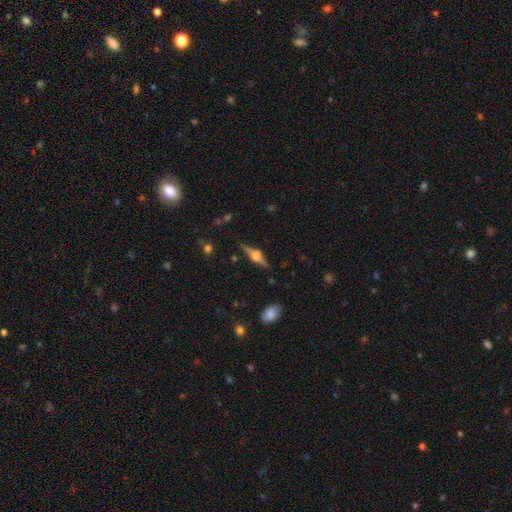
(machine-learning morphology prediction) smooth-or-featured: featured or disk: 80% | smooth: 13% | star or artifact: 7%
  disk-edge-on: yes: 98% | no: 2%
    edge-on-bulge: rounded: 92% | boxy: 7% | none: 1%
  merging: none: 87% | minor disturbance: 9% | major disturbance: 2% | merger: 2%